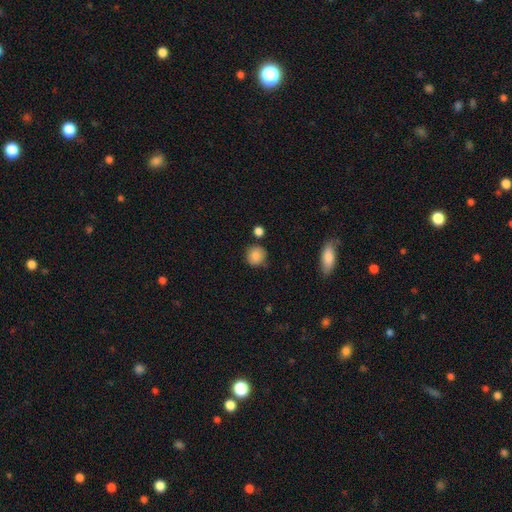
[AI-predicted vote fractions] Q: Smooth or featured?
A: smooth (87%); runner-up: star or artifact (8%)
Q: How rounded?
A: round (88%); runner-up: in between (11%)
Q: Merging?
A: none (79%); runner-up: minor disturbance (12%)